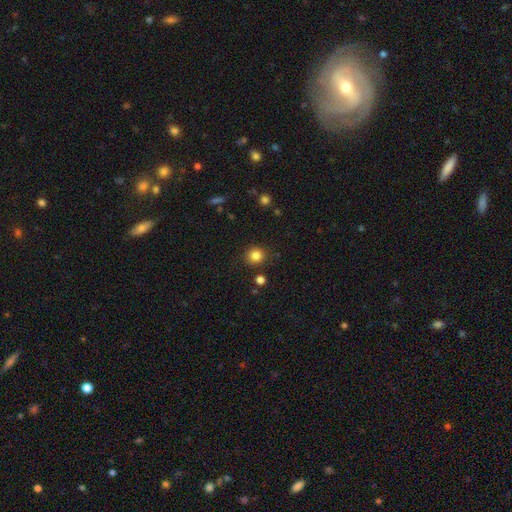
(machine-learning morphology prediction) smooth-or-featured: smooth: 83% | star or artifact: 12% | featured or disk: 5%
  how-rounded: round: 90% | in between: 9% | cigar-shaped: 1%
  merging: none: 88% | minor disturbance: 7% | merger: 3% | major disturbance: 2%